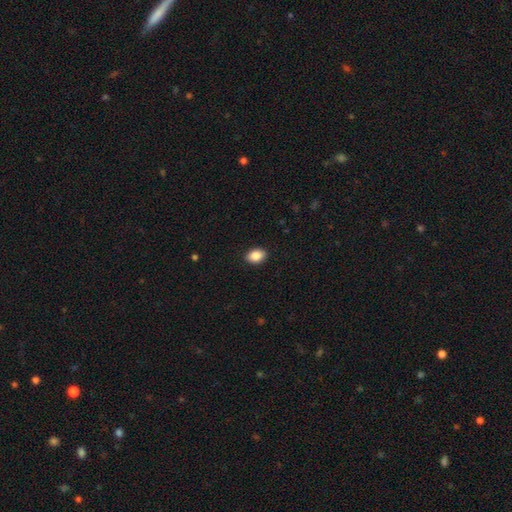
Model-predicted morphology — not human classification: Smooth or featured? smooth (88%)
How rounded? in between (79%)
Merging? none (90%)